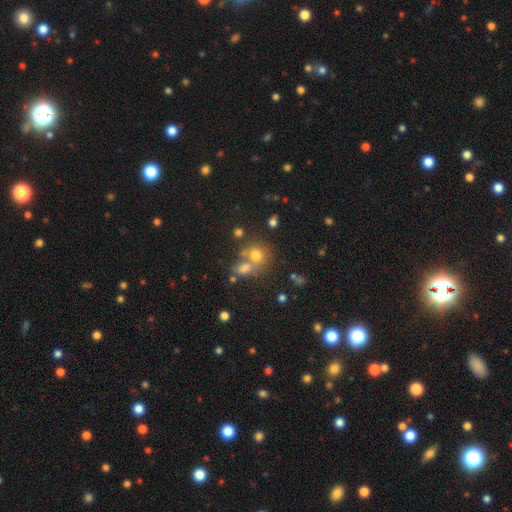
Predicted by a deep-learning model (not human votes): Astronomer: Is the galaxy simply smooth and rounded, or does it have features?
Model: smooth — 69%.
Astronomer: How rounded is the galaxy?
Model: round — 75%.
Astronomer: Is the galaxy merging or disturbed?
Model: none — 45% (runner-up: merger, 39%).